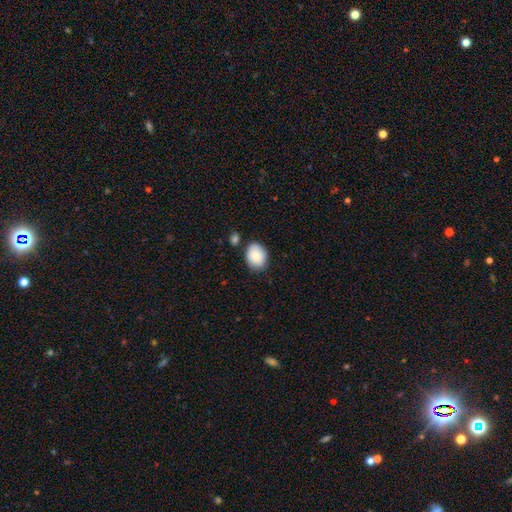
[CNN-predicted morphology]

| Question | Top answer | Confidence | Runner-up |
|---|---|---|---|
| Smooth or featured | smooth | 84% | featured or disk (9%) |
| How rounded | in between | 63% | round (36%) |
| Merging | none | 75% | minor disturbance (16%) |